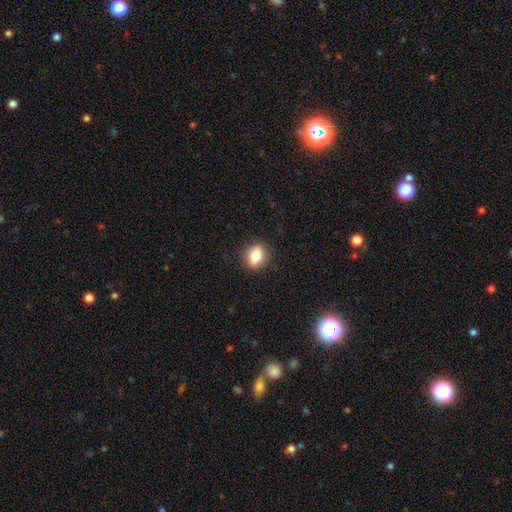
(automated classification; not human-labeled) A smooth galaxy with no disk features (82%) that is in between round and cigar-shaped (65%).

Vote fractions:
- Smooth or featured? smooth: 82% / star or artifact: 9% / featured or disk: 9%
- How rounded? in between: 65% / round: 33% / cigar-shaped: 3%
- Merging? none: 87% / minor disturbance: 9% / major disturbance: 3% / merger: 1%